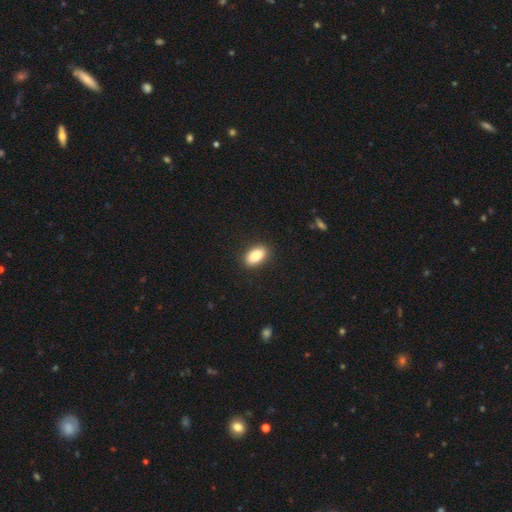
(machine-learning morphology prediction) This appears to be a smooth galaxy with no disk features (89%) that is in between round and cigar-shaped (92%). Merging: none (89%).